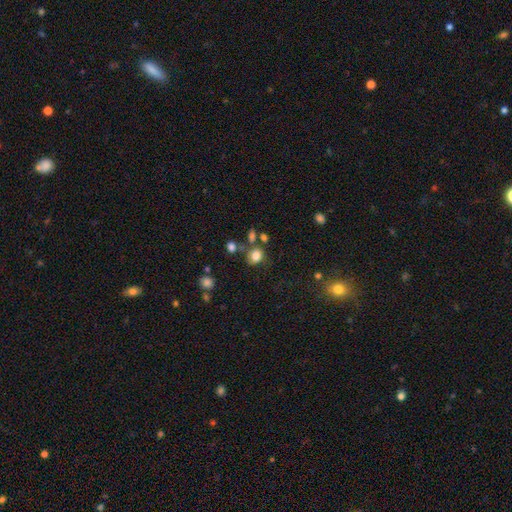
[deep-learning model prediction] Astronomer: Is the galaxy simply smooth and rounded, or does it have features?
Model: smooth — 79%.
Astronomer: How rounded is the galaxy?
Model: round — 63%.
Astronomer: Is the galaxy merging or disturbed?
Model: none — 60%.